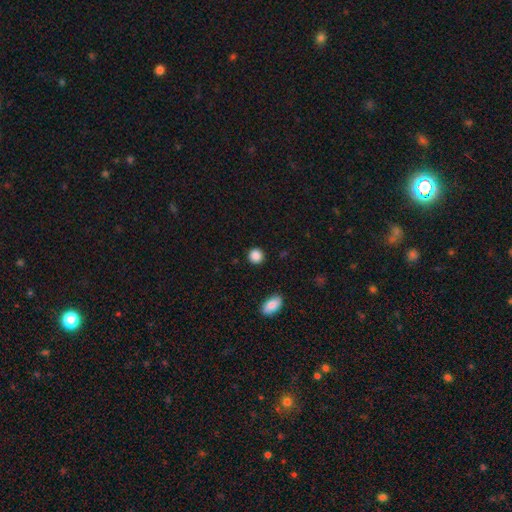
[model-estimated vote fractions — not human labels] Overall: smooth (88%). How rounded: round (90%). Merging: none (91%).